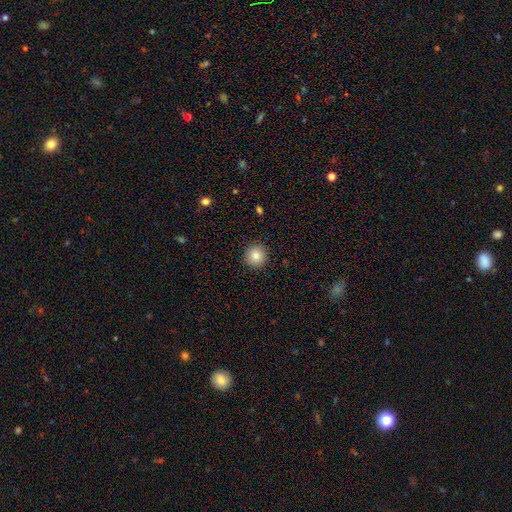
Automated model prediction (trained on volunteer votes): Overall: smooth (84%). How rounded: round (94%). Merging: none (92%).